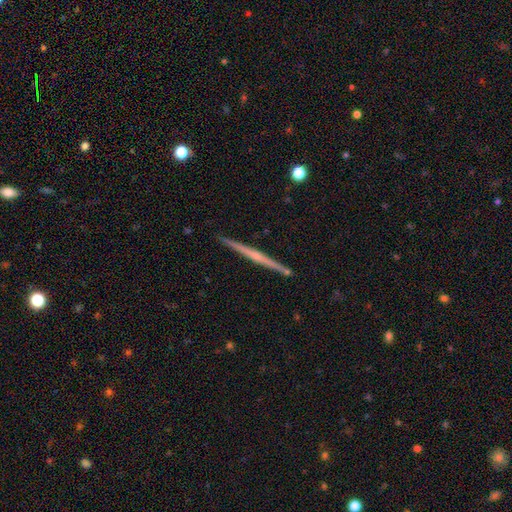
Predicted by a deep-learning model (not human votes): Smooth or featured: featured or disk — 73% (smooth — 22%)
Edge-on disk: yes — 98% (no — 2%)
Edge-on bulge: none — 50% (rounded — 43%)
Merging: none — 92% (minor disturbance — 5%)